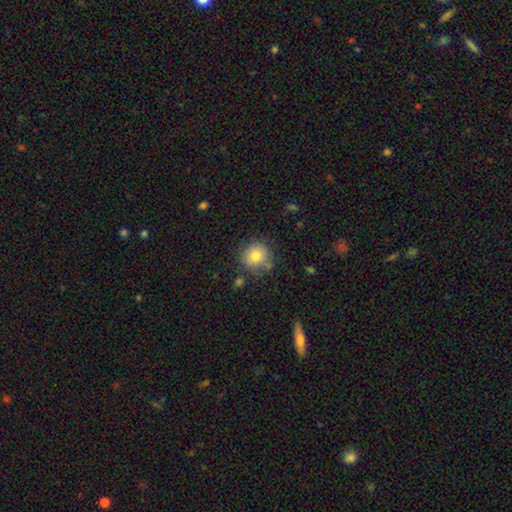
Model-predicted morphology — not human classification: smooth 79%, featured or disk 11%, star or artifact 10%. Down the decision tree: how rounded — round (91%); merging — none (76%).